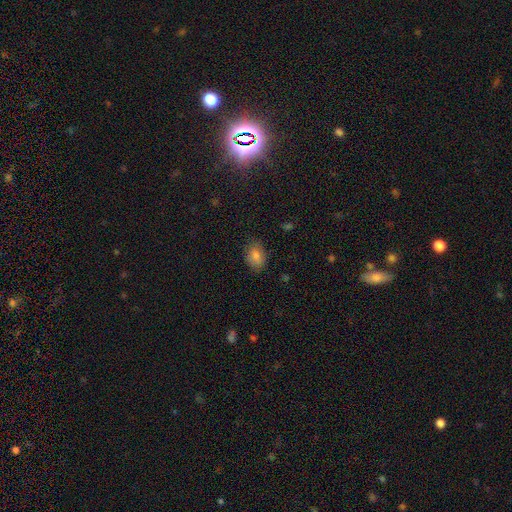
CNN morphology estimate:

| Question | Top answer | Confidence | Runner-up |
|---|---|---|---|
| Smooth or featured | smooth | 80% | star or artifact (11%) |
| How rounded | in between | 79% | round (19%) |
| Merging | none | 79% | minor disturbance (16%) |